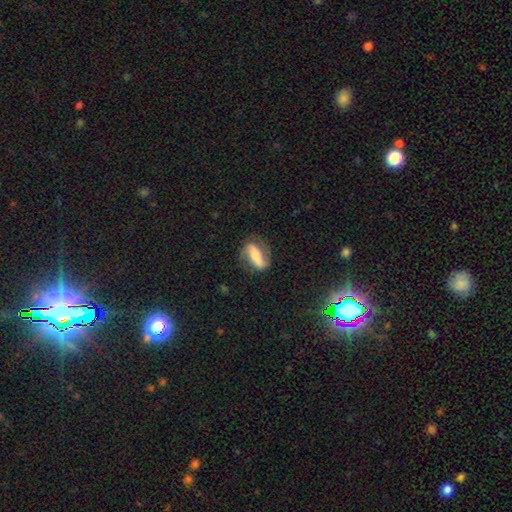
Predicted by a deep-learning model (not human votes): The model was most divided on "smooth or featured": featured or disk: 57%, smooth: 35%, star or artifact: 8%. More confident: edge-on disk — no (85%); merging — none (75%).